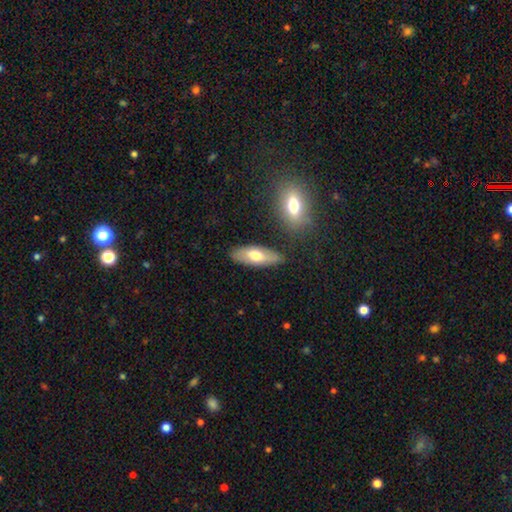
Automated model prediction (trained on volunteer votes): The model was most divided on "smooth or featured": smooth: 60%, featured or disk: 35%, star or artifact: 6%. More confident: merging — none (81%); how rounded — in between (67%).